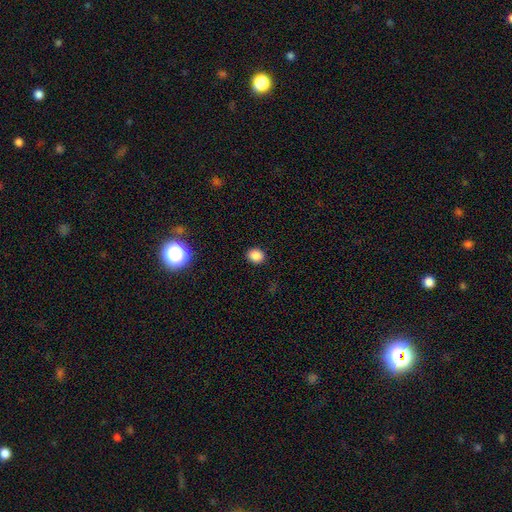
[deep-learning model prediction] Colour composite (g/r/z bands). It shows a smooth galaxy with no disk features (85%) that is round (65%). Merging: none (89%).